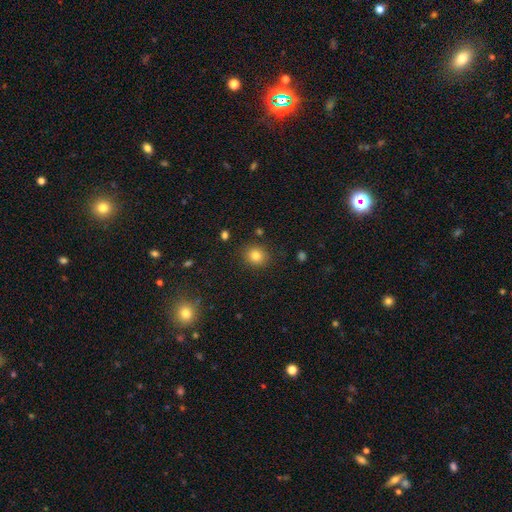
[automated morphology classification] Smooth or featured? Predicted: smooth (p=0.82). How rounded? Predicted: round (p=0.84). Merging? Predicted: none (p=0.88).